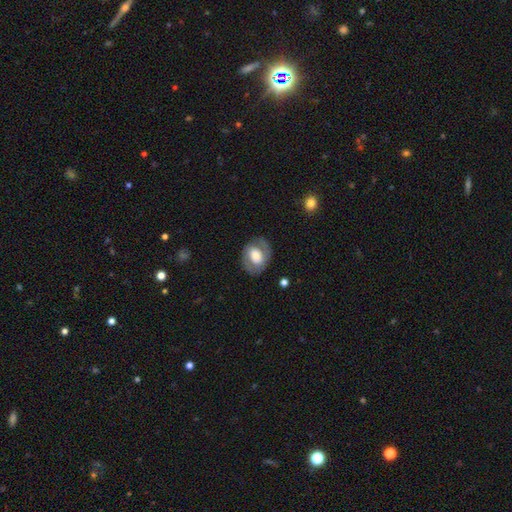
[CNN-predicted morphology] A featured or disk galaxy (52%). Merging: none (77%).